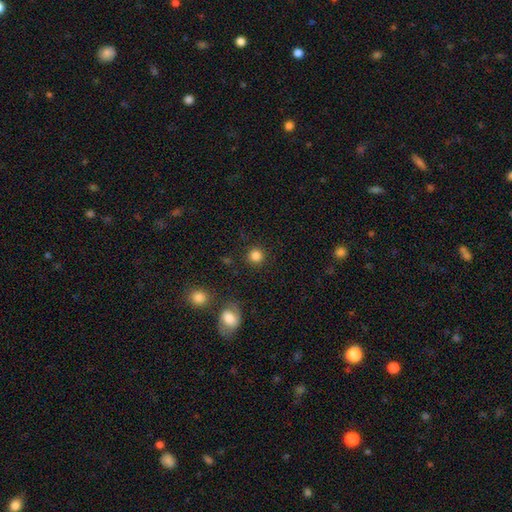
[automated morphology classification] A smooth galaxy with no disk features (84%) that is round (93%).

Vote fractions:
- Smooth or featured? smooth: 84% / star or artifact: 12% / featured or disk: 4%
- How rounded? round: 93% / in between: 6% / cigar-shaped: 1%
- Merging? none: 89% / minor disturbance: 6% / major disturbance: 3% / merger: 2%